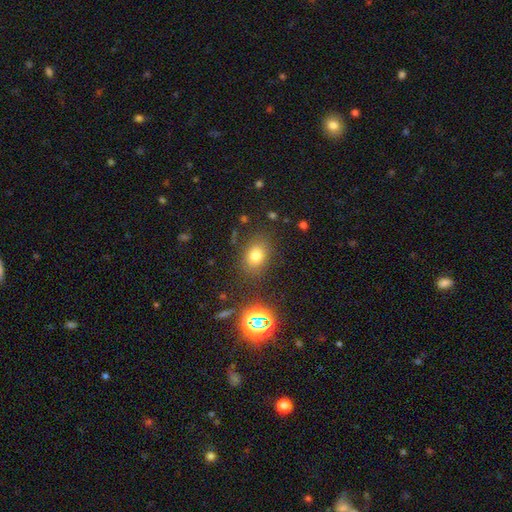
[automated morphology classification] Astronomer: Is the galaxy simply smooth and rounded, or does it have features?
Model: smooth — 73%.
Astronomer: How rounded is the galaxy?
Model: in between — 57% (runner-up: round, 41%).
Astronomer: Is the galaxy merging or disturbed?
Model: none — 82%.